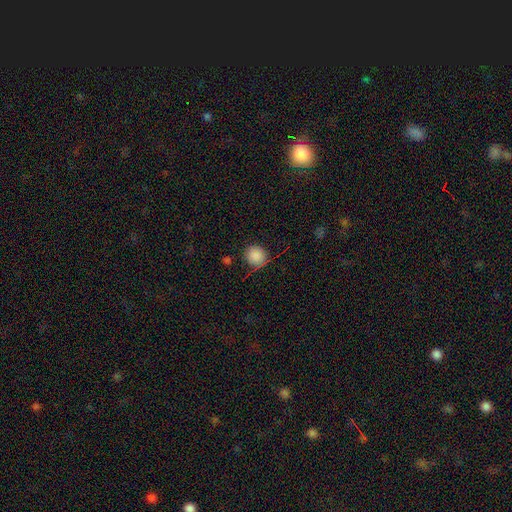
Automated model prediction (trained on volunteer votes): smooth-or-featured: smooth: 87% | star or artifact: 9% | featured or disk: 3%
  how-rounded: round: 87% | in between: 12% | cigar-shaped: 1%
  merging: none: 78% | minor disturbance: 16% | major disturbance: 5% | merger: 2%